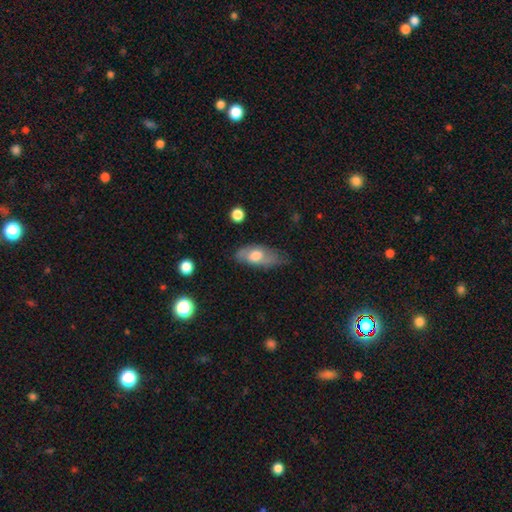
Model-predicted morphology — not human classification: type=smooth (59%); roundness=in between (82%); merging=none (54%).